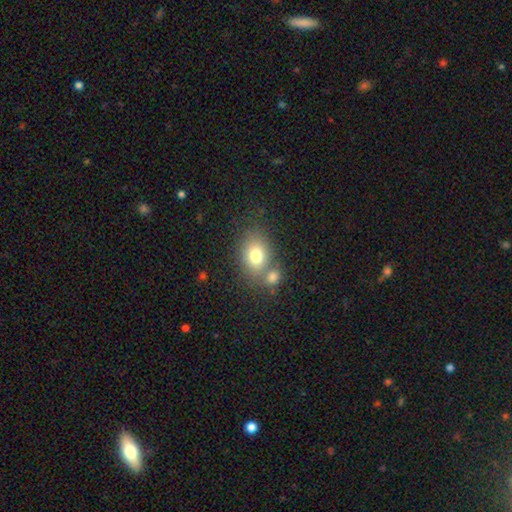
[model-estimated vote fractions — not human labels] This is likely a smooth galaxy (76%). How rounded: likely in between (63%). Merging: possibly none (53%).